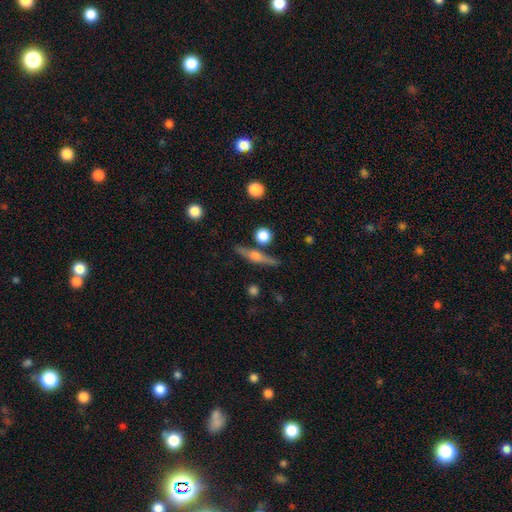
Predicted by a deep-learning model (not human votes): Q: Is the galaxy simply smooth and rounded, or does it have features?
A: featured or disk — 65%.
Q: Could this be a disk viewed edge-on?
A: yes — 96%.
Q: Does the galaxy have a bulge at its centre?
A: rounded — 82%.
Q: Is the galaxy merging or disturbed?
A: none — 83%.